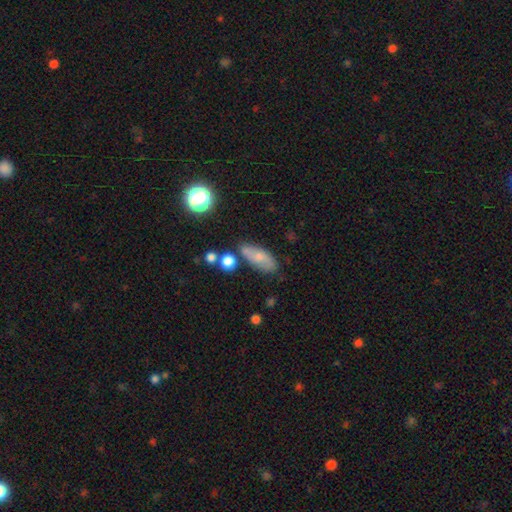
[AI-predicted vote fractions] Smooth or featured? Predicted: smooth (p=0.64). How rounded? Predicted: in between (p=0.79). Merging? Predicted: none (p=0.66).